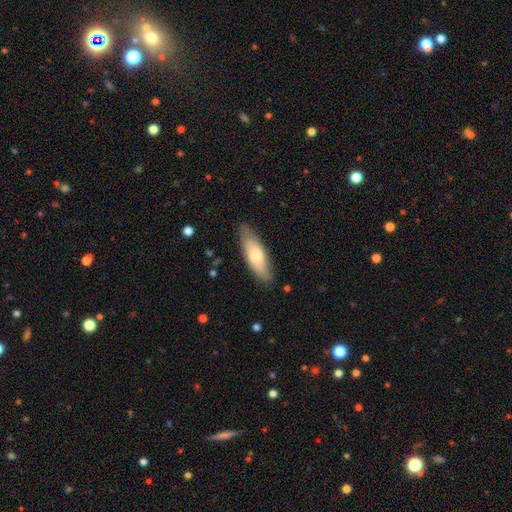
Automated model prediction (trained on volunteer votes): Smooth or featured? smooth (66%)
How rounded? in between (61%)
Merging? none (81%)